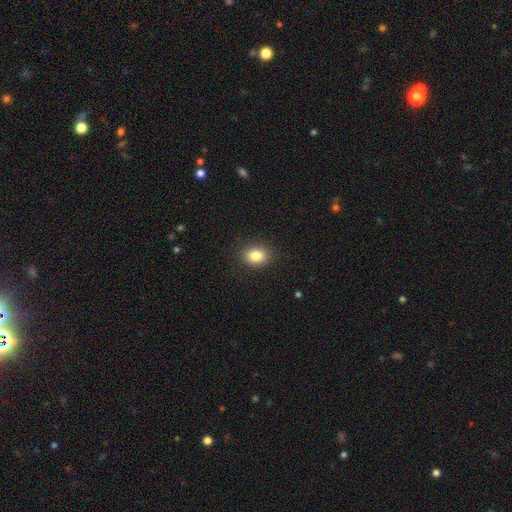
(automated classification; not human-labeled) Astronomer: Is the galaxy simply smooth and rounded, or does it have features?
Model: smooth — 84%.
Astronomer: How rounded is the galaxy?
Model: in between — 62% (runner-up: round, 37%).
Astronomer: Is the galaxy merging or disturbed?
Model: none — 89%.